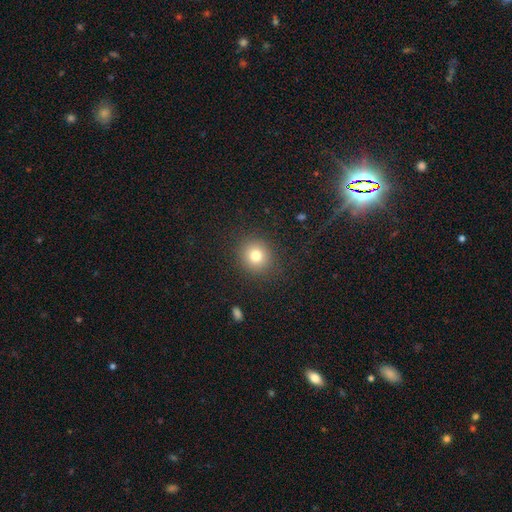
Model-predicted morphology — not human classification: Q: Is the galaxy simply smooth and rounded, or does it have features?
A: smooth — 78%.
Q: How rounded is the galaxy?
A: round — 88%.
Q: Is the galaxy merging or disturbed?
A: none — 89%.